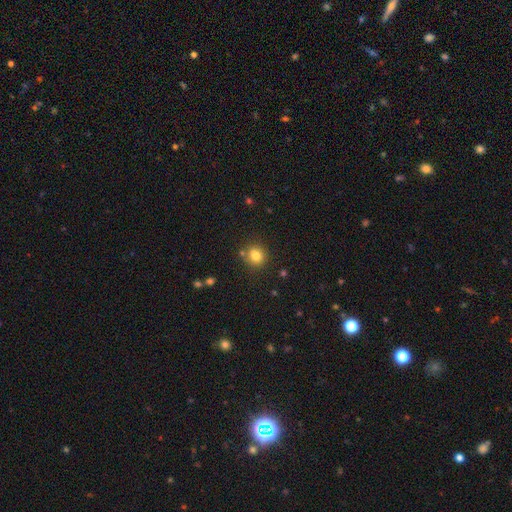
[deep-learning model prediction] A smooth galaxy with no disk features (80%) that is round (82%). Merging: none (76%).